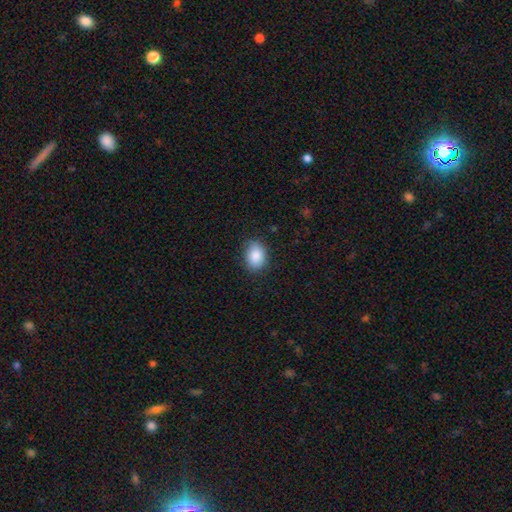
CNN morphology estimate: smooth-or-featured: smooth: 88% | star or artifact: 7% | featured or disk: 5%
  how-rounded: in between: 73% | round: 26% | cigar-shaped: 1%
  merging: none: 84% | minor disturbance: 12% | major disturbance: 3% | merger: 1%